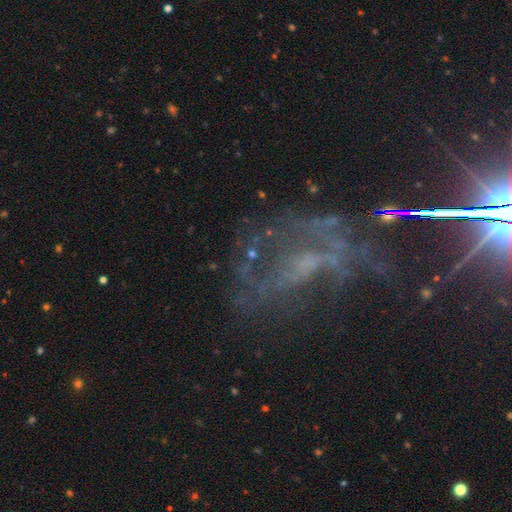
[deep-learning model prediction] Smooth or featured: featured or disk — 62% (star or artifact — 24%)
Edge-on disk: no — 96% (yes — 4%)
Bar: no — 67% (weak — 24%)
Spiral arms: no — 56% (yes — 44%)
Bulge size: none — 58% (small — 26%)
Merging: none — 42% (major disturbance — 35%)